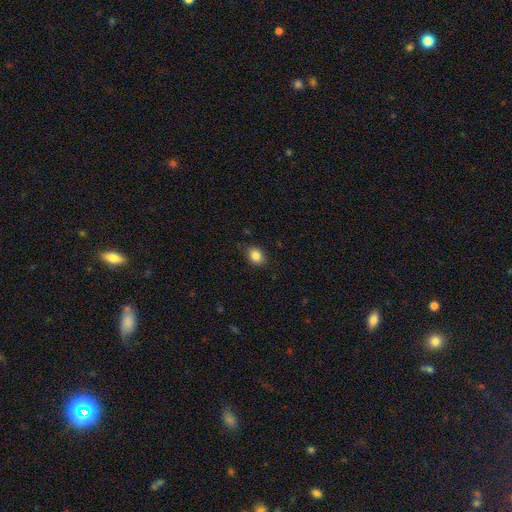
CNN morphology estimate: smooth 85%, star or artifact 9%, featured or disk 6%. Down the decision tree: how rounded — in between (60%); merging — none (80%).